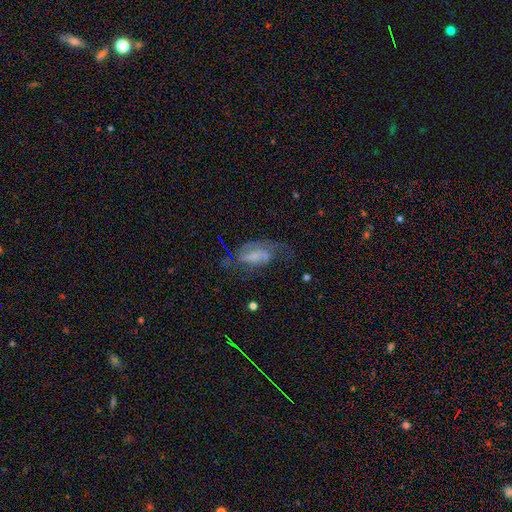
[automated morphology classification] This appears to be a featured or disk galaxy (61%) with no bar (43%), spiral arms (80%) and no central bulge (39%). Merging: none (40%).